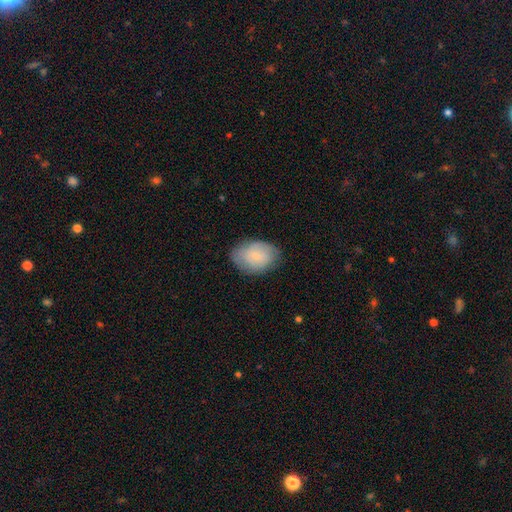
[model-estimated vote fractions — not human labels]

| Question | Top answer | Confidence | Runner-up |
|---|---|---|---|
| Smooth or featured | smooth | 69% | featured or disk (24%) |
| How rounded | in between | 78% | round (21%) |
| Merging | none | 75% | minor disturbance (19%) |